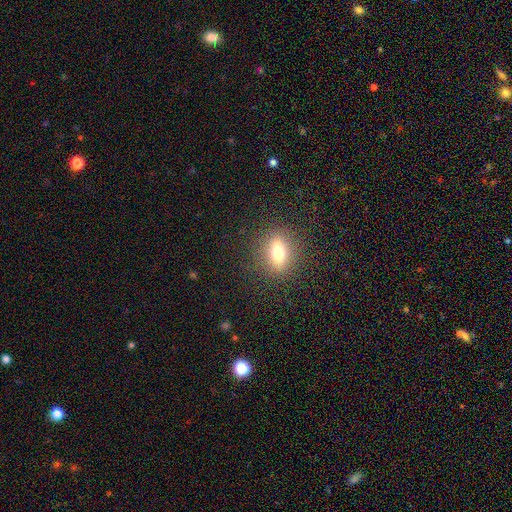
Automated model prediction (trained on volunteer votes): smooth_or_featured: smooth (p=0.67) [alt: star or artifact p=0.23]
how_rounded: round (p=0.51) [alt: in between p=0.47]
merging: none (p=0.91) [alt: minor disturbance p=0.06]